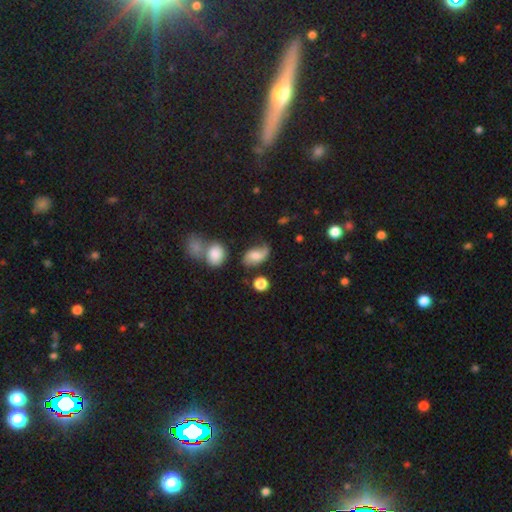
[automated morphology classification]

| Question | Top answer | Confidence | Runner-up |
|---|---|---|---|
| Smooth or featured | smooth | 48% | featured or disk (42%) |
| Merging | none | 55% | minor disturbance (28%) |